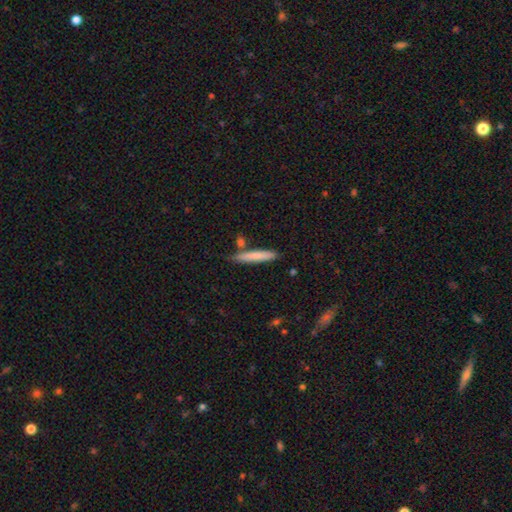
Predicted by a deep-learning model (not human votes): Morphology: type=smooth (75%); roundness=cigar-shaped (93%); merging=none (81%).